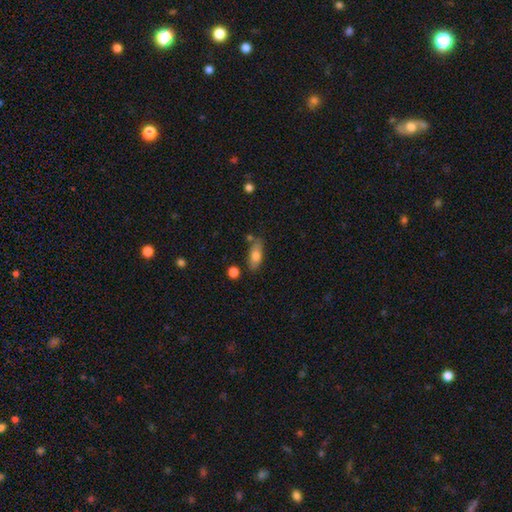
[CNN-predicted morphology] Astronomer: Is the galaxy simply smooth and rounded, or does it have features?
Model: smooth — 76%.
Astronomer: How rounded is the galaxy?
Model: in between — 78%.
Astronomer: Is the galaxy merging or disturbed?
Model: none — 72%.